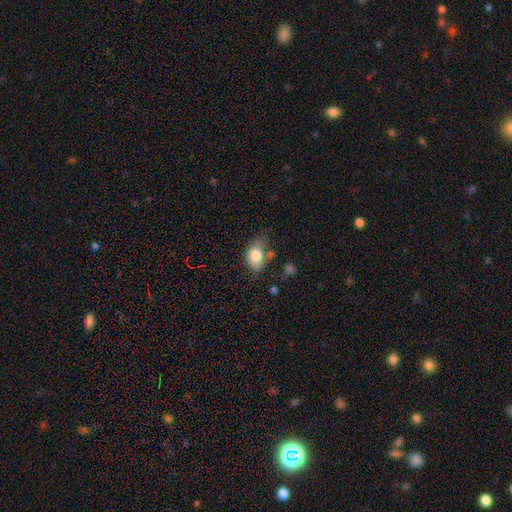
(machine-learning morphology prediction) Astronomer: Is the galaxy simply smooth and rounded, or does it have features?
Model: smooth — 80%.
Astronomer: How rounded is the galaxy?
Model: in between — 75%.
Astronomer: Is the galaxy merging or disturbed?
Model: minor disturbance — 37% (runner-up: none, 34%).